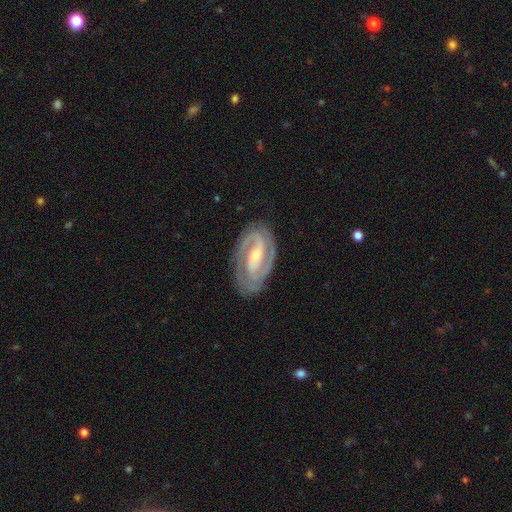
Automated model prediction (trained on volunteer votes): A featured or disk galaxy (90%) with a strong bar (37%, tied with weak), 2 (88%) tight (60%) spiral arms (97%) and a small central bulge (53%).

Vote fractions:
- Smooth or featured? featured or disk: 90% / smooth: 6% / star or artifact: 4%
- Edge-on disk? no: 96% / yes: 4%
- Bar? strong: 37% (tied) / weak: 37% (tied) / no: 27%
- Spiral arms? yes: 97% / no: 3%
- Spiral winding? tight: 60% / medium: 35% / loose: 6%
- Spiral arm count? 2: 88% / can't tell: 4% / 3: 3% / 1: 2% / 4: 1% / more than 4: 1%
- Bulge size? small: 53% / moderate: 42% / large: 2% / none: 1% / dominant: 1%
- Merging? none: 84% / minor disturbance: 12% / major disturbance: 4% / merger: 1%